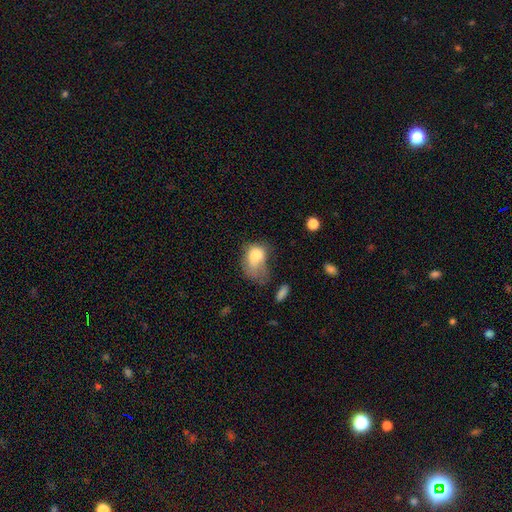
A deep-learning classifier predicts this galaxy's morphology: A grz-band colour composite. It shows a smooth galaxy with no disk features (72%) that is in between round and cigar-shaped (77%). Merging: major disturbance (50%).